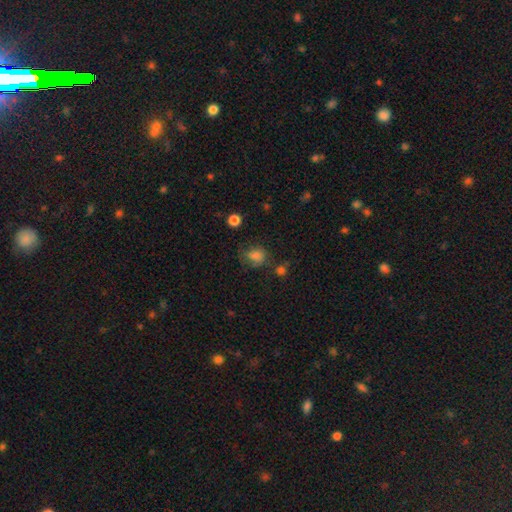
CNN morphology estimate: A smooth galaxy with no disk features (72%) that is round (52%).

Vote fractions:
- Smooth or featured? smooth: 72% / star or artifact: 16% / featured or disk: 12%
- How rounded? round: 52% / in between: 46% / cigar-shaped: 1%
- Merging? none: 57% / minor disturbance: 24% / major disturbance: 14% / merger: 5%